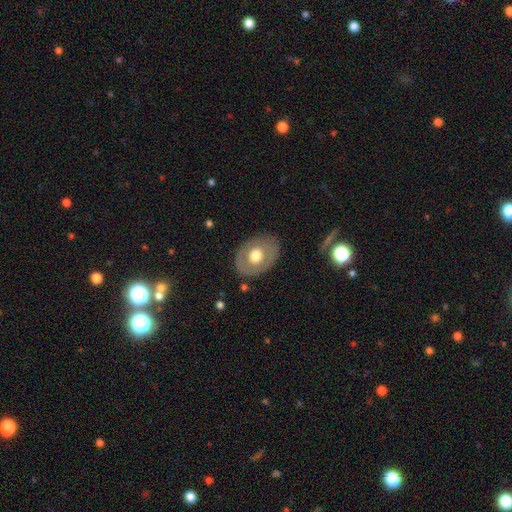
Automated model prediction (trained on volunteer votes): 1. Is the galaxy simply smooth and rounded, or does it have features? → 56% smooth, 37% featured or disk, 6% star or artifact.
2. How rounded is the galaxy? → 69% in between, 30% round, 1% cigar-shaped.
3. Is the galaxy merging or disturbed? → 83% none, 12% minor disturbance, 4% major disturbance, 1% merger.